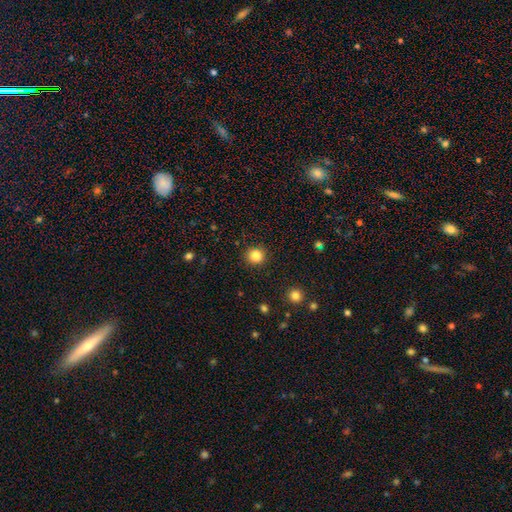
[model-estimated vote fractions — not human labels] Smooth or featured: smooth — 85% (star or artifact — 11%)
How rounded: round — 92% (in between — 7%)
Merging: none — 91% (minor disturbance — 6%)